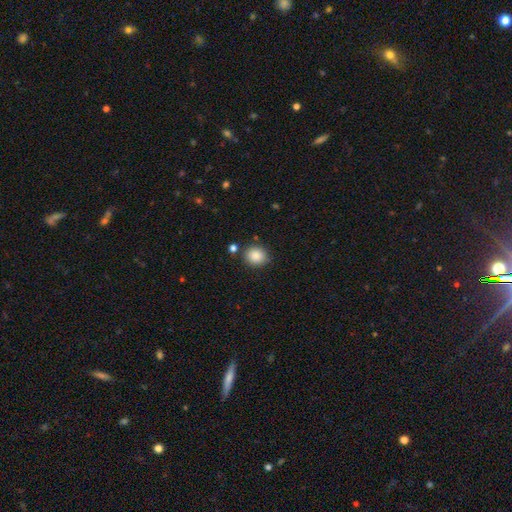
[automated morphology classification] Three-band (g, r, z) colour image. It shows a smooth galaxy with no disk features (87%) that is round (81%). Merging: none (84%).